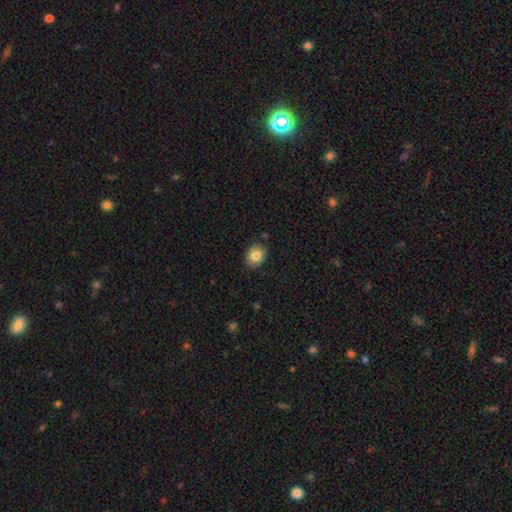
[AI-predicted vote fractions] Q: Smooth or featured?
A: smooth (82%); runner-up: featured or disk (10%)
Q: How rounded?
A: in between (59%); runner-up: round (40%)
Q: Merging?
A: none (85%); runner-up: minor disturbance (11%)